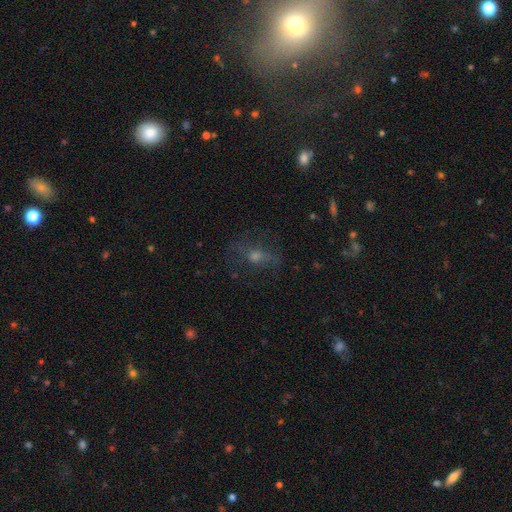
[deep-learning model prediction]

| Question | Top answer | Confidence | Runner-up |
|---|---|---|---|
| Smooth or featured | star or artifact | 35% | smooth (34%) |